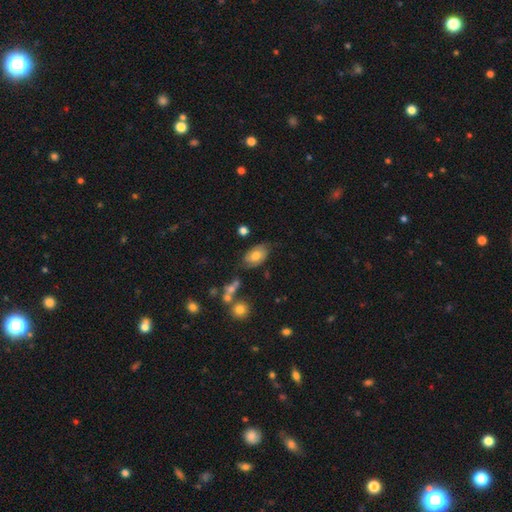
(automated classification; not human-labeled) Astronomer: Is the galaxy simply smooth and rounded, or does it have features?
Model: smooth — 57% (runner-up: featured or disk, 35%).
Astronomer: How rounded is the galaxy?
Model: in between — 89%.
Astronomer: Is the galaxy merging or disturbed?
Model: none — 61%.